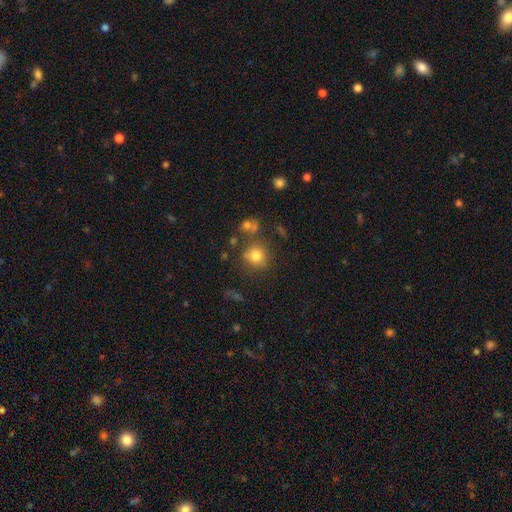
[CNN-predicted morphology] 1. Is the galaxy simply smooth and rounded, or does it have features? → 78% smooth, 13% star or artifact, 8% featured or disk.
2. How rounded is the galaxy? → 88% round, 11% in between, 1% cigar-shaped.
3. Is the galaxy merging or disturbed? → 74% none, 13% minor disturbance, 9% merger, 5% major disturbance.